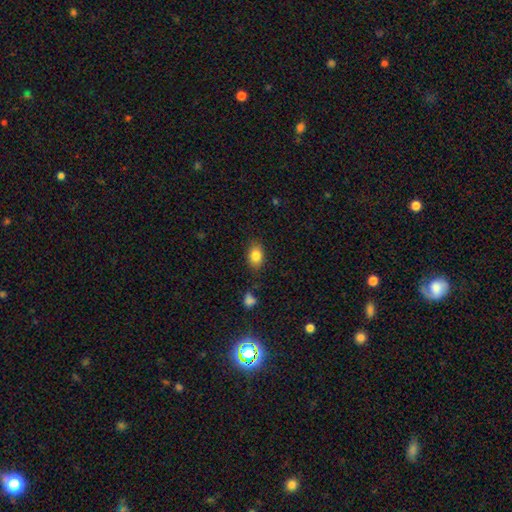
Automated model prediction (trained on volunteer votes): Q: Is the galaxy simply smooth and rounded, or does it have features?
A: smooth — 84%.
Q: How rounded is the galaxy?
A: in between — 75%.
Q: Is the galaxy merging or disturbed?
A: none — 82%.